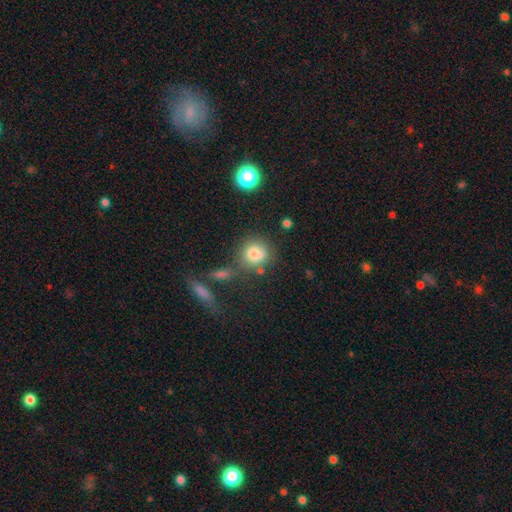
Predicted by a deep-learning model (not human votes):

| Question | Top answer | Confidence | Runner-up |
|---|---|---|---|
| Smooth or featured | smooth | 77% | star or artifact (13%) |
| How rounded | round | 80% | in between (19%) |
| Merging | none | 58% | merger (18%) |